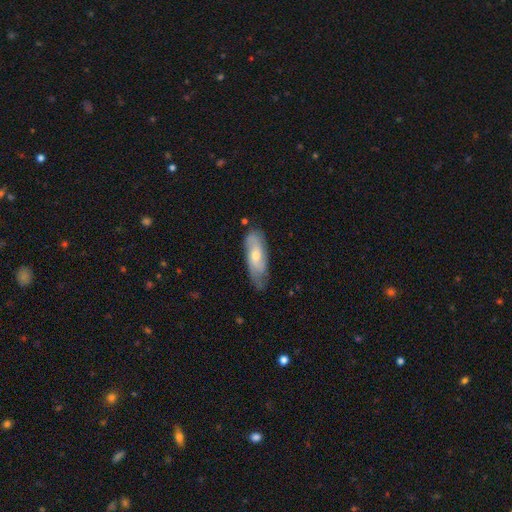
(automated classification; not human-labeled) featured or disk 53%, smooth 41%, star or artifact 6%. Down the decision tree: edge-on disk — no (80%); merging — none (63%).